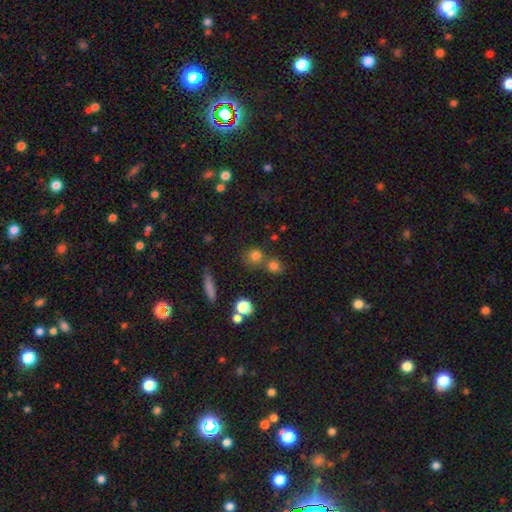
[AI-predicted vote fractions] This is likely a smooth galaxy (74%). How rounded: clearly round (85%). Merging: likely none (60%).